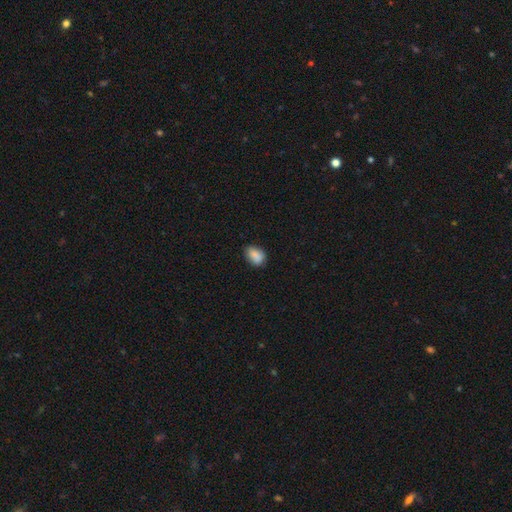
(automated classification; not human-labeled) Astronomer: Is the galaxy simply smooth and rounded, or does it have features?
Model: smooth — 86%.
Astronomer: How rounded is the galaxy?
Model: in between — 81%.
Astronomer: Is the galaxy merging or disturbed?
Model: none — 75%.